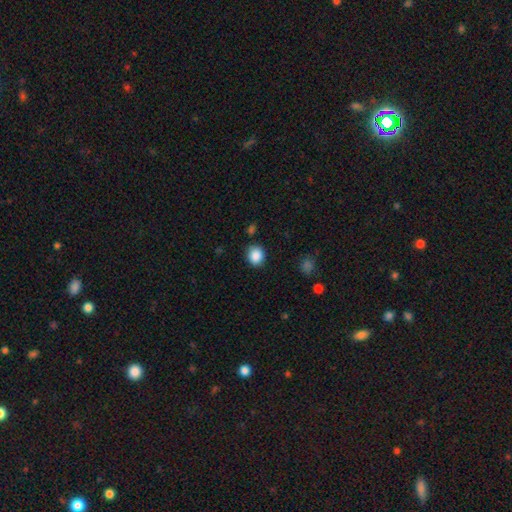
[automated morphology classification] A smooth galaxy with no disk features (88%) that is round (73%). Merging: none (84%).